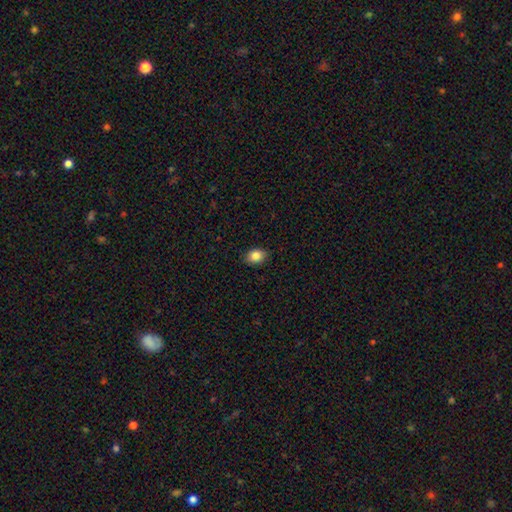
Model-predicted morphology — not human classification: A smooth galaxy with no disk features (85%) that is in between round and cigar-shaped (69%).

Vote fractions:
- Smooth or featured? smooth: 85% / star or artifact: 9% / featured or disk: 6%
- How rounded? in between: 69% / round: 30% / cigar-shaped: 1%
- Merging? none: 89% / minor disturbance: 8% / major disturbance: 2% / merger: 1%